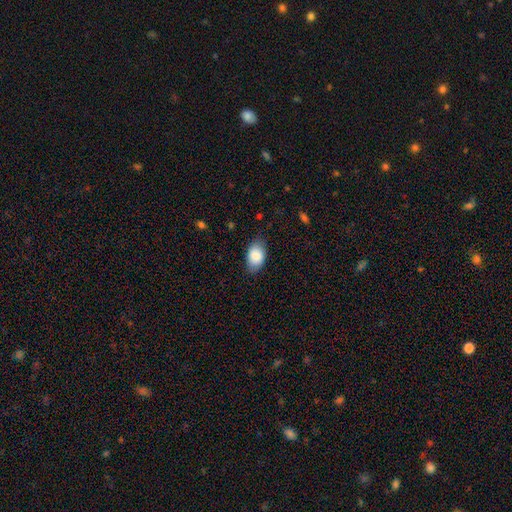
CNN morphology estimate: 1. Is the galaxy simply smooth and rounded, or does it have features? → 87% smooth, 7% featured or disk, 6% star or artifact.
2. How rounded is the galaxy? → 91% in between, 7% round, 1% cigar-shaped.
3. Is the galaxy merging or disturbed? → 81% none, 15% minor disturbance, 3% major disturbance, 1% merger.